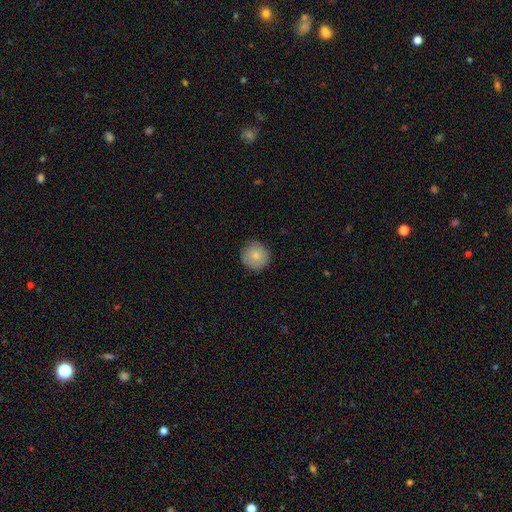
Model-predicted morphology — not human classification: Q: Smooth or featured?
A: smooth (83%); runner-up: featured or disk (10%)
Q: How rounded?
A: round (94%); runner-up: in between (5%)
Q: Merging?
A: none (88%); runner-up: minor disturbance (9%)